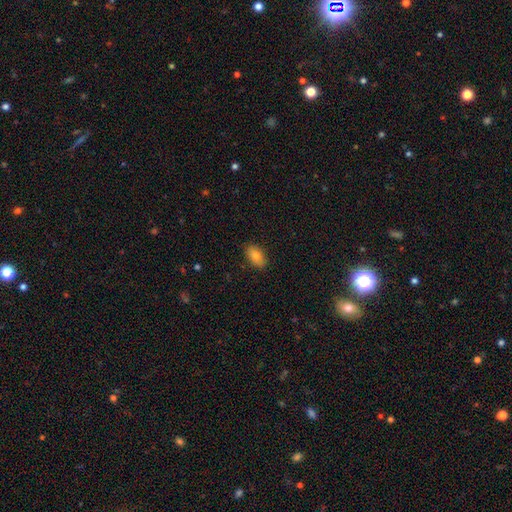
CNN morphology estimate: type=smooth (81%); roundness=in between (92%); merging=none (88%).